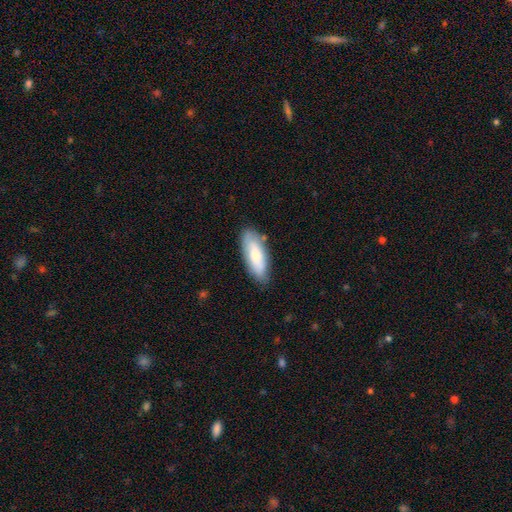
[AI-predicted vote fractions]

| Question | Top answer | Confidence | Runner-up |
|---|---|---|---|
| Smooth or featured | smooth | 69% | featured or disk (25%) |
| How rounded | in between | 75% | cigar-shaped (23%) |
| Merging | none | 80% | minor disturbance (15%) |